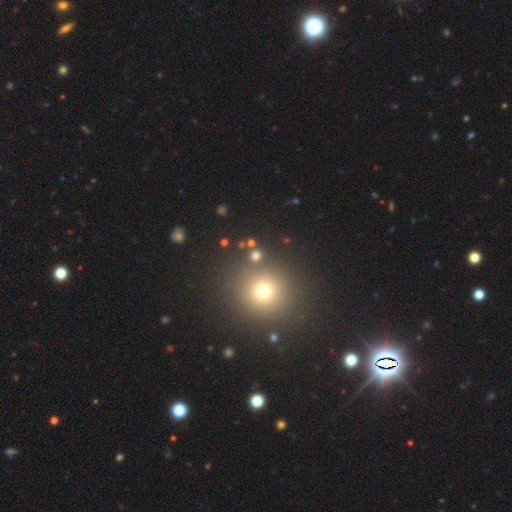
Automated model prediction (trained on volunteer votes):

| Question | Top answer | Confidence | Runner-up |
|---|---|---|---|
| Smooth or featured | smooth | 65% | star or artifact (27%) |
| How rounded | round | 89% | in between (10%) |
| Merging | none | 82% | merger (8%) |